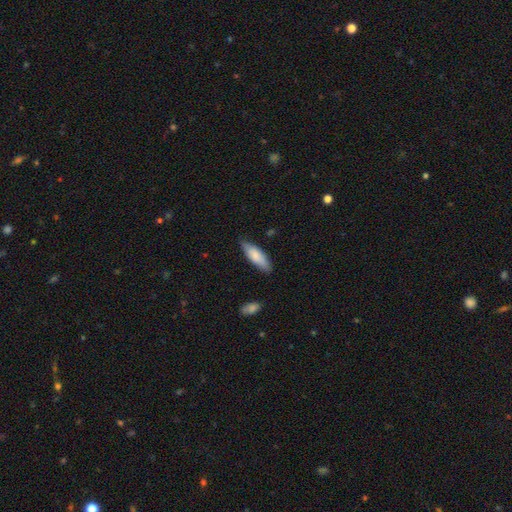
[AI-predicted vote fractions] The model was most divided on "how rounded": in between: 54%, cigar-shaped: 45%, round: 1%. More confident: smooth or featured — smooth (81%); merging — none (80%).